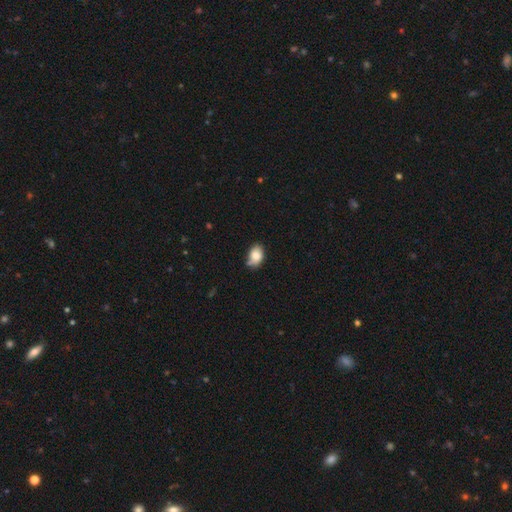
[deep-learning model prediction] The model was most divided on "merging": none: 55%, minor disturbance: 32%, major disturbance: 7%, merger: 6%. More confident: how rounded — in between (83%); smooth or featured — smooth (80%).